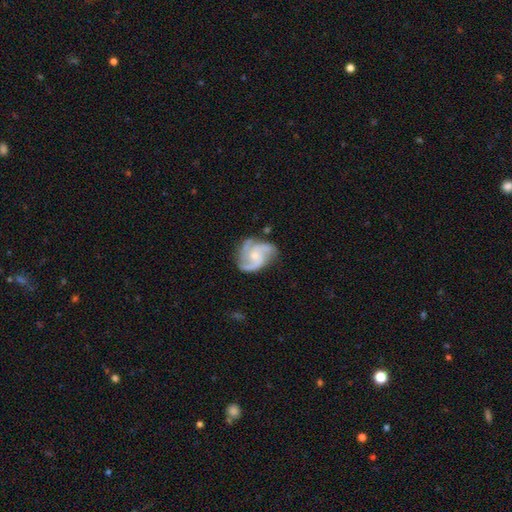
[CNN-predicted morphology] smooth-or-featured: featured or disk: 89% | smooth: 6% | star or artifact: 4%
  disk-edge-on: no: 98% | yes: 2%
    bar: no: 71% | weak: 25% | strong: 5%
    has-spiral-arms: yes: 98% | no: 2%
      spiral-winding: medium: 57% | tight: 27% | loose: 16%
      spiral-arm-count: 3: 72% | 2: 13% | 4: 6% | can't tell: 4% | 1: 3% | more than 4: 3%
    bulge-size: small: 61% | moderate: 32% | none: 4% | large: 1% | dominant: 1%
  merging: none: 70% | minor disturbance: 21% | major disturbance: 8% | merger: 2%